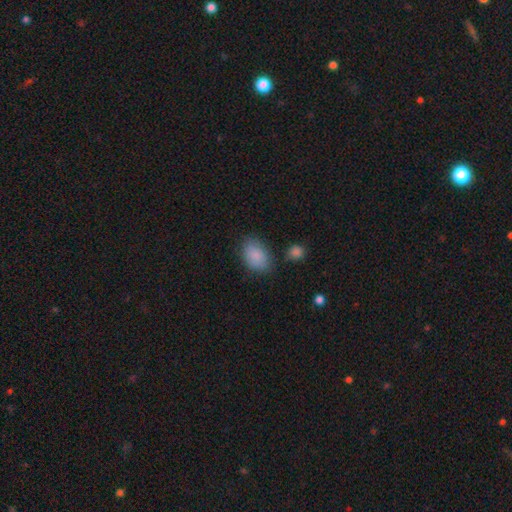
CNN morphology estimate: Smooth or featured: smooth — 87% (star or artifact — 7%)
How rounded: in between — 83% (round — 16%)
Merging: none — 73% (minor disturbance — 18%)